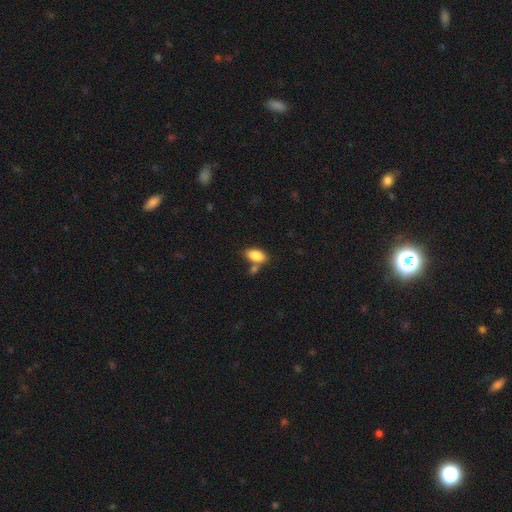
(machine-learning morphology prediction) Smooth or featured? Predicted: smooth (p=0.87). How rounded? Predicted: in between (p=0.92). Merging? Predicted: none (p=0.60).